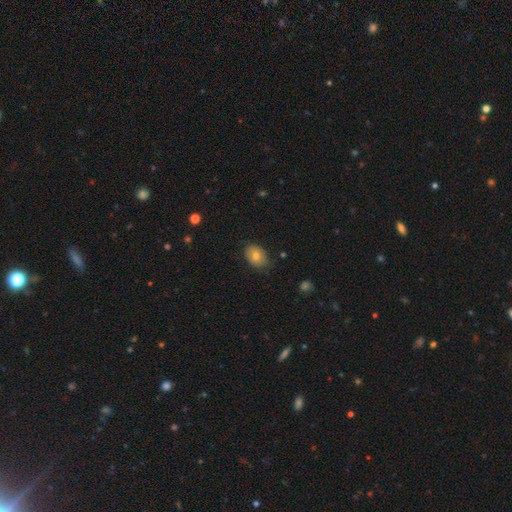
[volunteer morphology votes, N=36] Smooth or featured? smooth (75%)
How rounded? in between (81%)
Merging? none (76%)